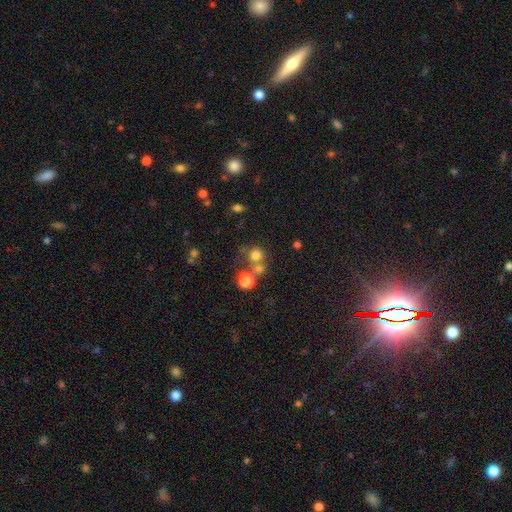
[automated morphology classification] A smooth galaxy with no disk features (71%) that is round (87%).

Vote fractions:
- Smooth or featured? smooth: 71% / star or artifact: 18% / featured or disk: 11%
- How rounded? round: 87% / in between: 12% / cigar-shaped: 1%
- Merging? none: 53% / merger: 34% / minor disturbance: 9% / major disturbance: 5%